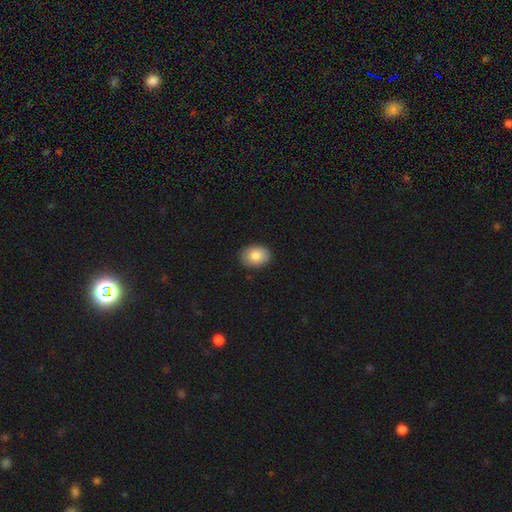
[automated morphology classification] smooth-or-featured: smooth: 83% | featured or disk: 10% | star or artifact: 8%
  how-rounded: in between: 65% | round: 34% | cigar-shaped: 1%
  merging: none: 89% | minor disturbance: 9% | major disturbance: 2% | merger: 1%